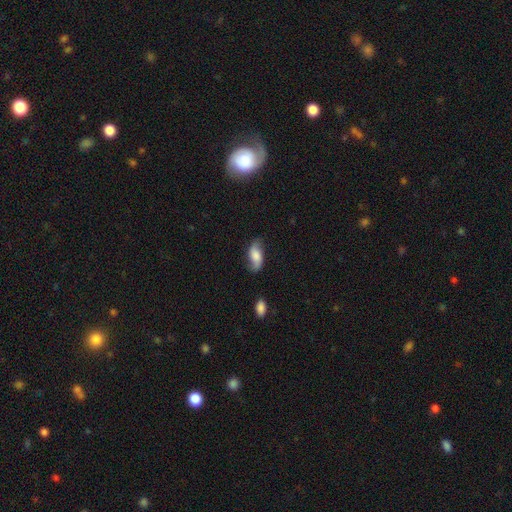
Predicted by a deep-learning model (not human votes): smooth 53%, featured or disk 39%, star or artifact 8%. Down the decision tree: how rounded — in between (89%); merging — none (68%).